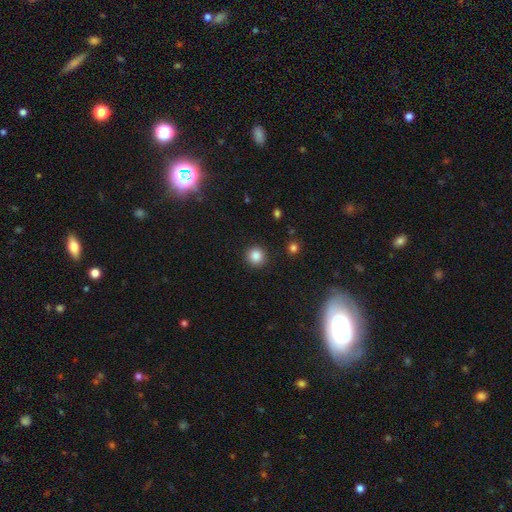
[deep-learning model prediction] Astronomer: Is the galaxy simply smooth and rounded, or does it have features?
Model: smooth — 86%.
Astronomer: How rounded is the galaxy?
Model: round — 94%.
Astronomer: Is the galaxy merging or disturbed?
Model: none — 91%.